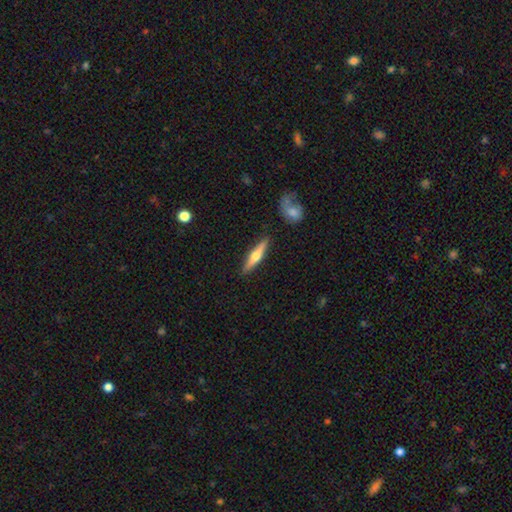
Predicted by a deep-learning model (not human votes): The model was most divided on "smooth or featured": featured or disk: 52%, smooth: 43%, star or artifact: 5%. More confident: edge-on disk — yes (95%); merging — none (88%).